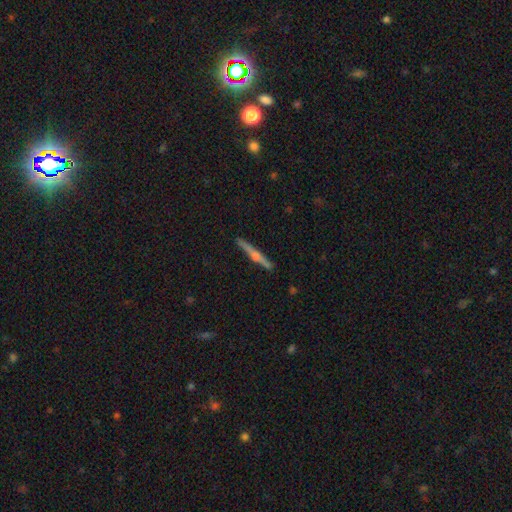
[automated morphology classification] The model was most divided on "smooth or featured": featured or disk: 73%, smooth: 21%, star or artifact: 6%. More confident: edge-on disk — yes (98%); edge-on bulge — rounded (91%); merging — none (90%).